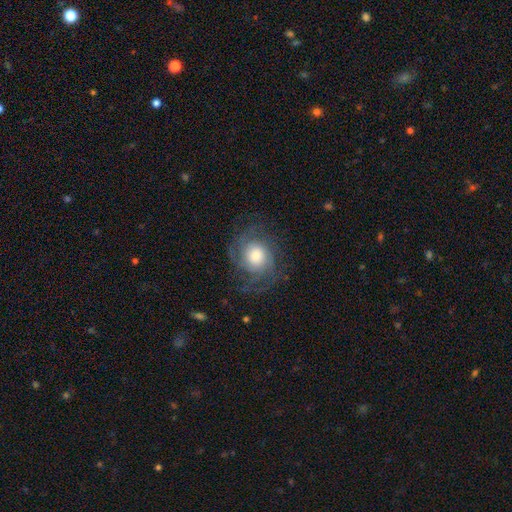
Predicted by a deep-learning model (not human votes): A featured or disk galaxy (71%) with no bar (79%), tight (51%) spiral arms (92%) and a moderate central bulge (41%). Merging: none (71%).